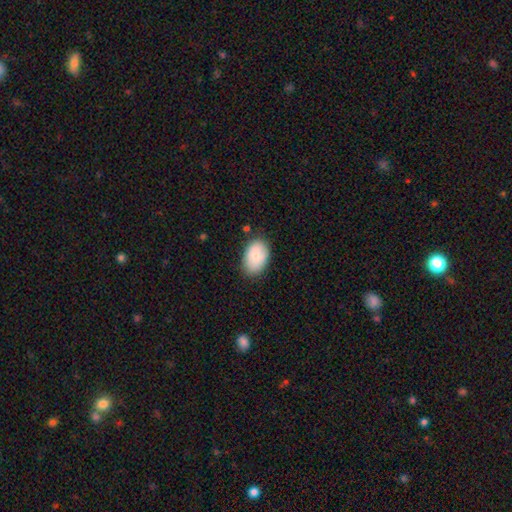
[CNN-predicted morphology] Smooth or featured? Predicted: smooth (p=0.81). How rounded? Predicted: in between (p=0.89). Merging? Predicted: none (p=0.77).